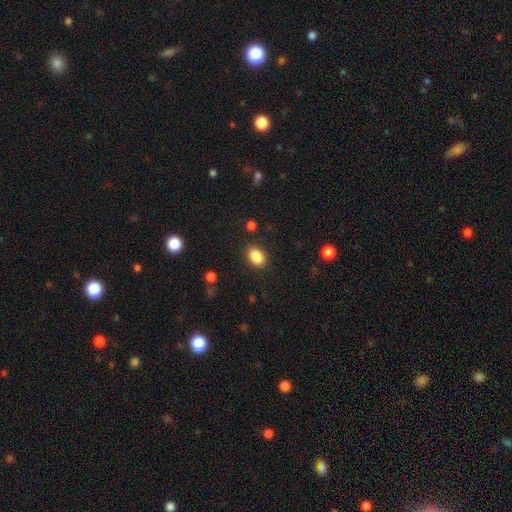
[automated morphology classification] A smooth galaxy with no disk features (87%) that is in between round and cigar-shaped (83%).

Vote fractions:
- Smooth or featured? smooth: 87% / star or artifact: 9% / featured or disk: 4%
- How rounded? in between: 83% / round: 16% / cigar-shaped: 1%
- Merging? none: 83% / minor disturbance: 12% / major disturbance: 3% / merger: 2%